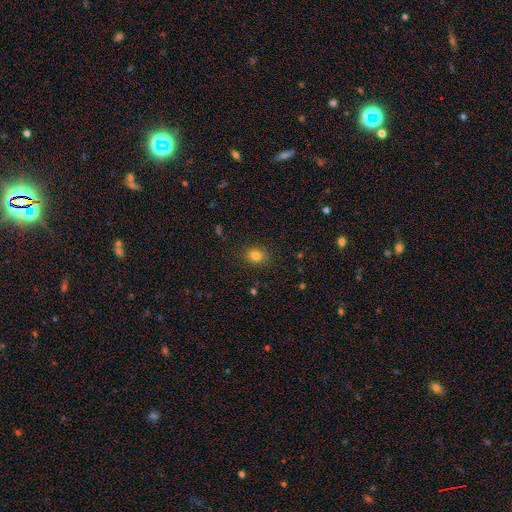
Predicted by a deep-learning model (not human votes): Q: Smooth or featured?
A: smooth (82%); runner-up: star or artifact (12%)
Q: How rounded?
A: round (63%); runner-up: in between (36%)
Q: Merging?
A: none (87%); runner-up: minor disturbance (9%)